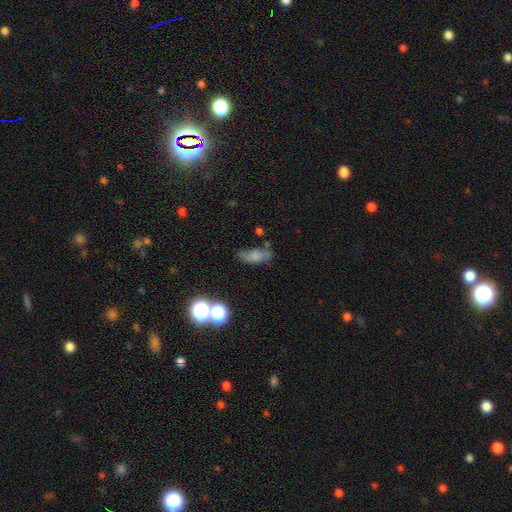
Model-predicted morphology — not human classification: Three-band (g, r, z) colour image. It shows a smooth galaxy with no disk features (68%) that is in between round and cigar-shaped (74%). Merging: none (52%).